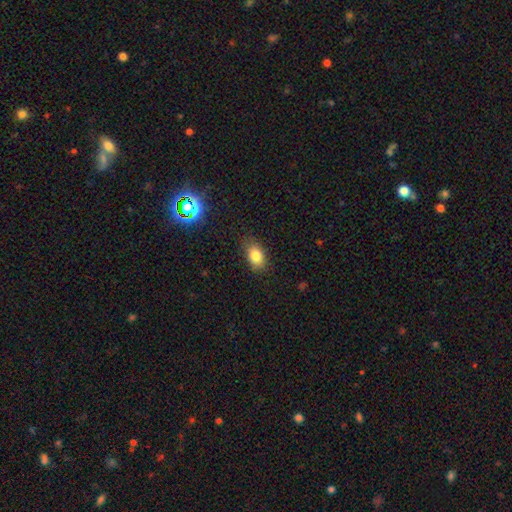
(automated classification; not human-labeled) smooth-or-featured: smooth: 82% | star or artifact: 10% | featured or disk: 8%
  how-rounded: in between: 84% | round: 14% | cigar-shaped: 2%
  merging: none: 82% | minor disturbance: 13% | major disturbance: 3% | merger: 1%